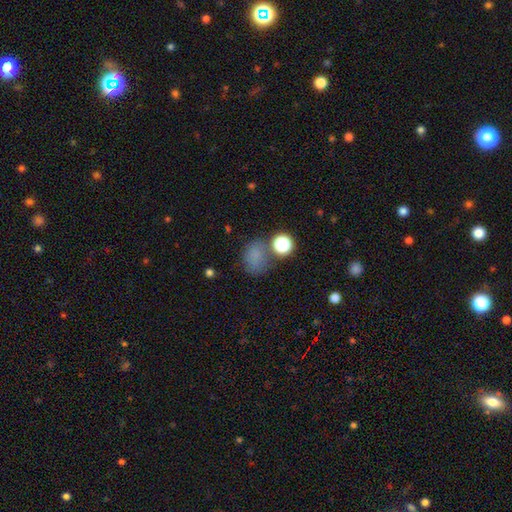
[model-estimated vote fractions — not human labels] Morphology: type=smooth (72%); roundness=in between (56%); merging=none (56%).